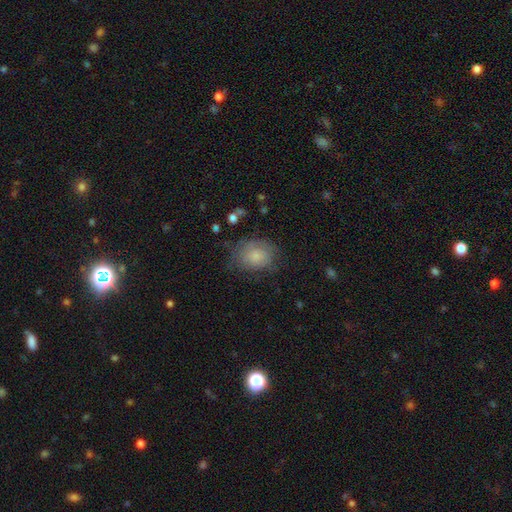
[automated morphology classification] smooth-or-featured: smooth: 76% | featured or disk: 16% | star or artifact: 8%
  how-rounded: in between: 57% | round: 42% | cigar-shaped: 1%
  merging: none: 63% | minor disturbance: 25% | major disturbance: 11% | merger: 2%